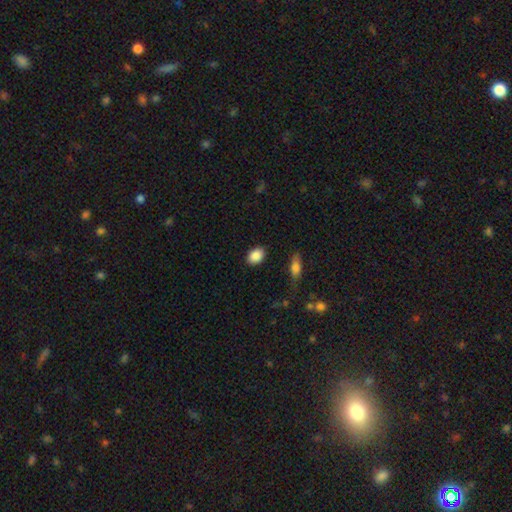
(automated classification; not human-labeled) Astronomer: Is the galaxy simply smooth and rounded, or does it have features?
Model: smooth — 88%.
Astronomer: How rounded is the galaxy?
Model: in between — 74%.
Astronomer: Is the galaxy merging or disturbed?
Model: none — 87%.